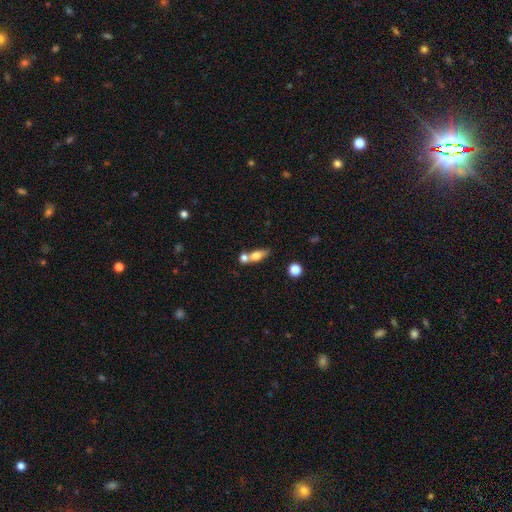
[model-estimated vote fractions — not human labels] A smooth galaxy with no disk features (71%) that is in between round and cigar-shaped (63%).

Vote fractions:
- Smooth or featured? smooth: 71% / featured or disk: 20% / star or artifact: 9%
- How rounded? in between: 63% / cigar-shaped: 22% / round: 15%
- Merging? merger: 53% / none: 33% / minor disturbance: 9% / major disturbance: 5%